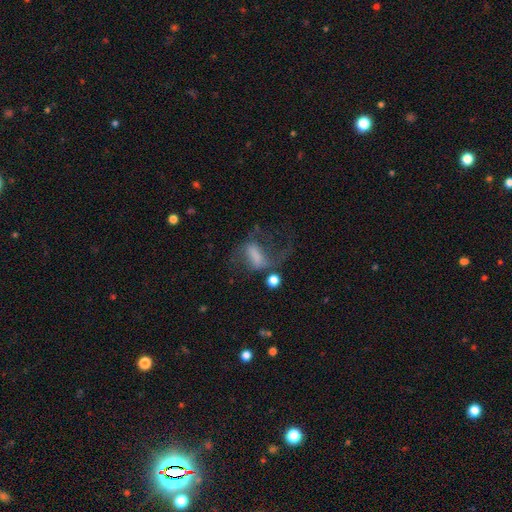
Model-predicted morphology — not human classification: Smooth or featured?
  - featured or disk: 44% *
  - smooth: 42%
  - star or artifact: 13%
Merging?
  - major disturbance: 49% *
  - none: 26%
  - minor disturbance: 14%
  - merger: 10%